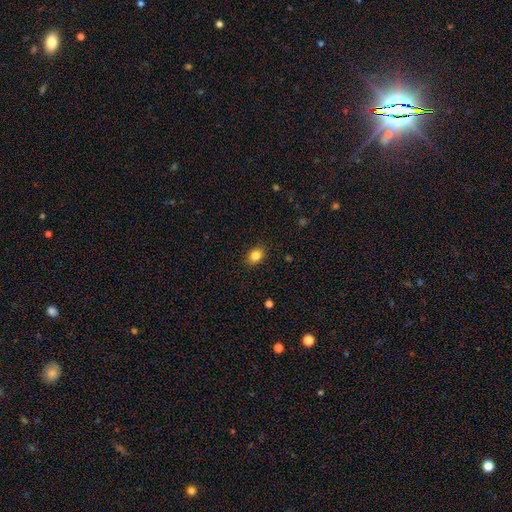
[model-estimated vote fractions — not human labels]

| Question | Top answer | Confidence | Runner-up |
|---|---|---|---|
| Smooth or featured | smooth | 84% | star or artifact (10%) |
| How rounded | in between | 65% | round (34%) |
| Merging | none | 88% | minor disturbance (8%) |